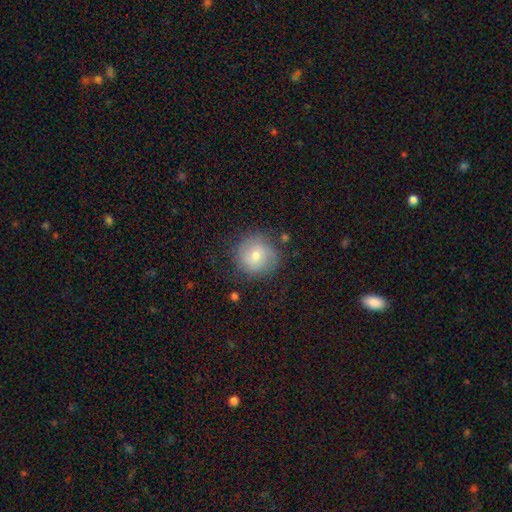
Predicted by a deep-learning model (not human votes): This appears to be a smooth galaxy with no disk features (61%) that is round (91%). Merging: none (74%).